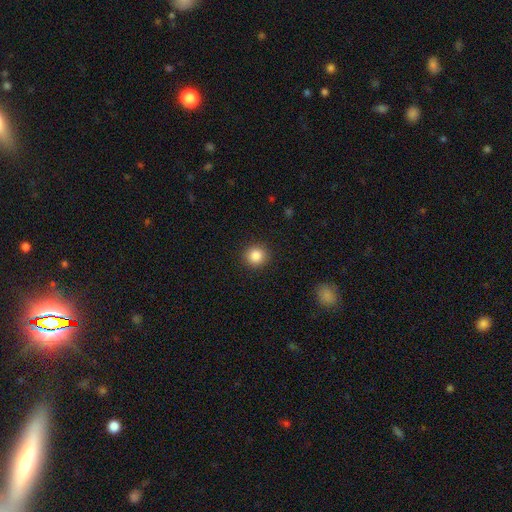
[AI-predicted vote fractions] A smooth galaxy with no disk features (86%) that is round (93%).

Vote fractions:
- Smooth or featured? smooth: 86% / star or artifact: 10% / featured or disk: 4%
- How rounded? round: 93% / in between: 6% / cigar-shaped: 1%
- Merging? none: 91% / minor disturbance: 6% / major disturbance: 2% / merger: 1%